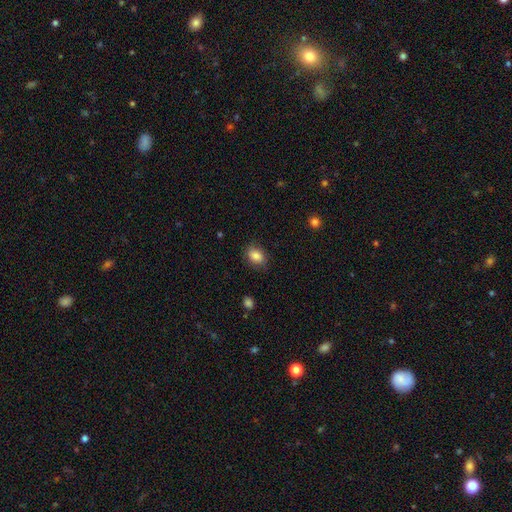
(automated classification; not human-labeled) The model was most divided on "how rounded": in between: 75%, round: 24%, cigar-shaped: 1%. More confident: smooth or featured — smooth (86%); merging — none (83%).